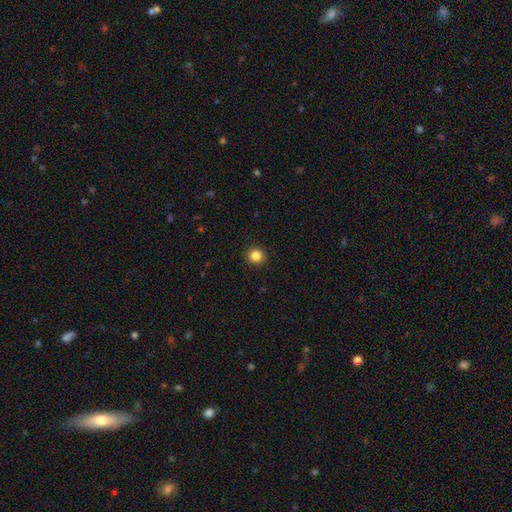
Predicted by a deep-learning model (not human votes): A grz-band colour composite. It shows a smooth galaxy with no disk features (84%) that is round (94%). Merging: none (93%).